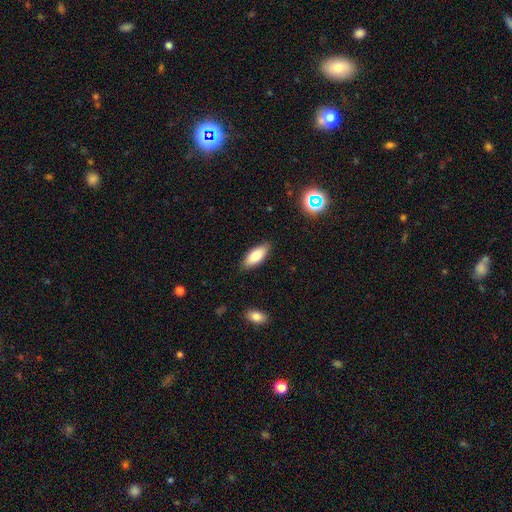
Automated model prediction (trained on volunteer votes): Smooth or featured? smooth (80%)
How rounded? in between (78%)
Merging? none (87%)